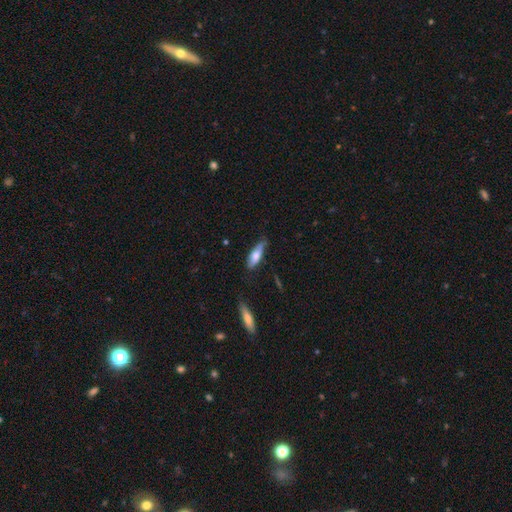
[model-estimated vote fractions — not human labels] A smooth galaxy with no disk features (69%) that is in between round and cigar-shaped (52%).

Vote fractions:
- Smooth or featured? smooth: 69% / featured or disk: 25% / star or artifact: 6%
- How rounded? in between: 52% / cigar-shaped: 46% / round: 2%
- Merging? none: 64% / minor disturbance: 28% / major disturbance: 5% / merger: 3%